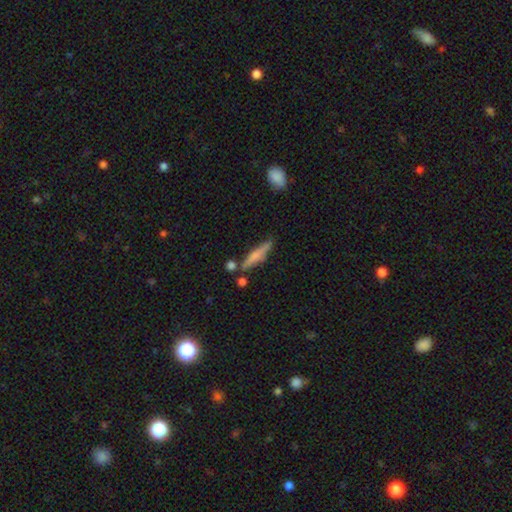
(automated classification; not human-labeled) Smooth or featured?
  - smooth: 59% *
  - featured or disk: 34%
  - star or artifact: 7%
How rounded?
  - cigar-shaped: 87% *
  - in between: 10%
  - round: 2%
Merging?
  - none: 72% *
  - minor disturbance: 15%
  - merger: 9%
  - major disturbance: 4%